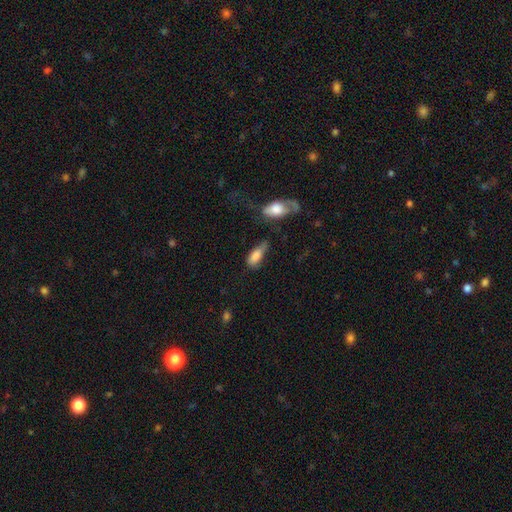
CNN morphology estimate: smooth-or-featured: smooth: 80% | featured or disk: 12% | star or artifact: 8%
  how-rounded: in between: 77% | cigar-shaped: 20% | round: 3%
  merging: none: 38% | minor disturbance: 33% | major disturbance: 18% | merger: 11%